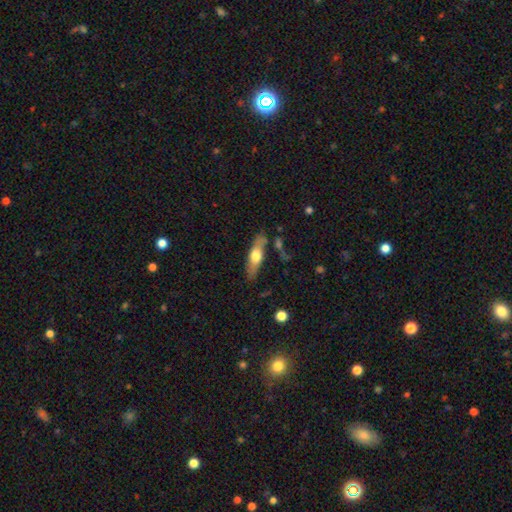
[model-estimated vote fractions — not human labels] smooth-or-featured: smooth: 53% | featured or disk: 41% | star or artifact: 6%
  how-rounded: cigar-shaped: 58% | in between: 39% | round: 3%
  merging: none: 77% | minor disturbance: 15% | merger: 5% | major disturbance: 4%